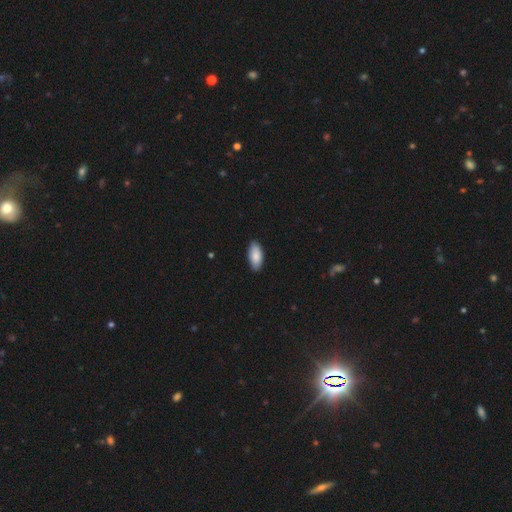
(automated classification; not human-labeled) A smooth galaxy with no disk features (87%) that is in between round and cigar-shaped (91%). Merging: none (87%).